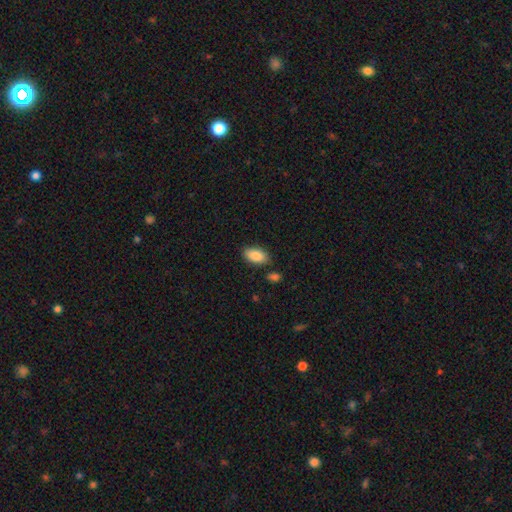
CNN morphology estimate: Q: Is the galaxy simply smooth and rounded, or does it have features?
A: smooth — 87%.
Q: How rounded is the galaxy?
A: in between — 94%.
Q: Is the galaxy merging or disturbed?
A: none — 81%.